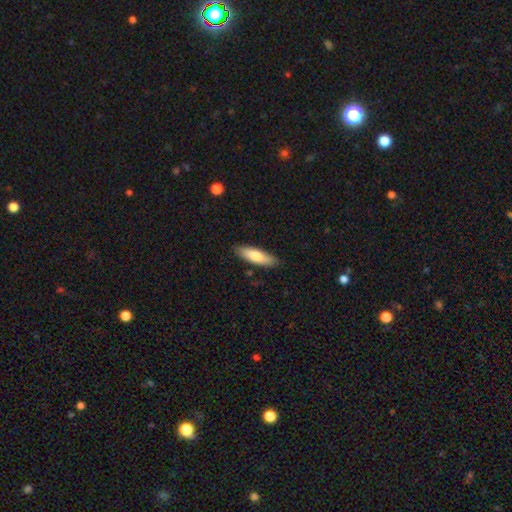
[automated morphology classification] This appears to be a smooth galaxy with no disk features (76%) that is cigar-shaped (51%). Merging: none (86%).